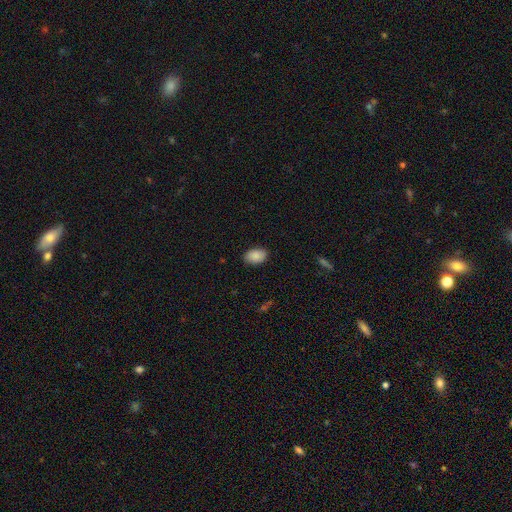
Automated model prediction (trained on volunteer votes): Smooth or featured? smooth (89%)
How rounded? in between (89%)
Merging? none (87%)